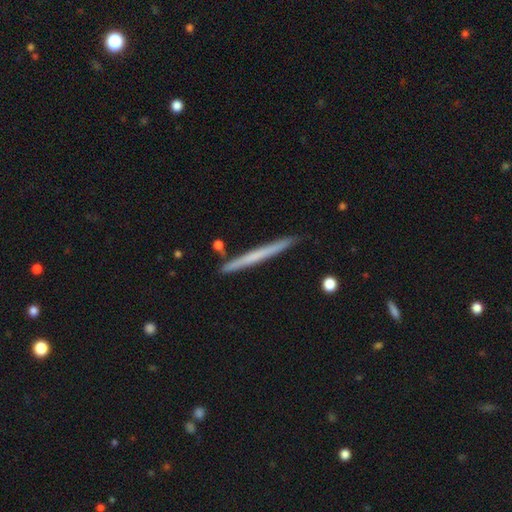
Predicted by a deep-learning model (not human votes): smooth 49%, featured or disk 45%, star or artifact 6%. Down the decision tree: merging — none (89%).